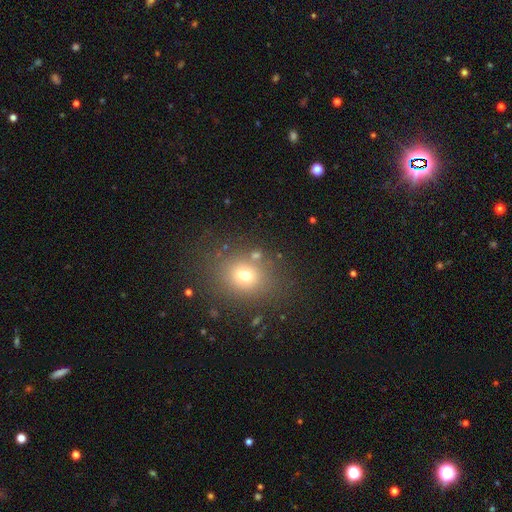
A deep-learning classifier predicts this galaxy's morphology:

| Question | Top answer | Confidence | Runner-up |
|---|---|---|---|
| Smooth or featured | smooth | 67% | star or artifact (21%) |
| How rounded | round | 60% | in between (39%) |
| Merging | none | 79% | minor disturbance (10%) |